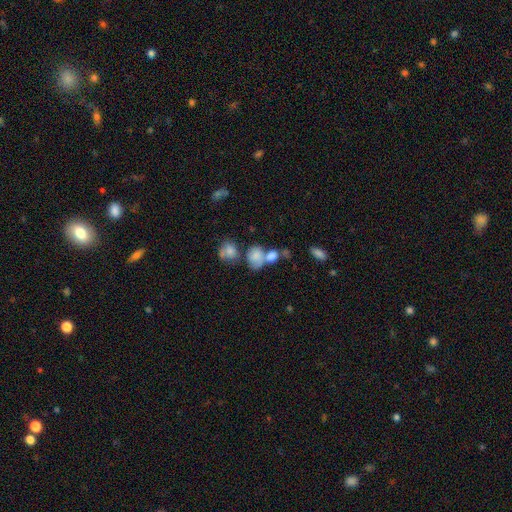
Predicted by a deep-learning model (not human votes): A smooth galaxy with no disk features (74%) that is in between round and cigar-shaped (56%).

Vote fractions:
- Smooth or featured? smooth: 74% / featured or disk: 15% / star or artifact: 11%
- How rounded? in between: 56% / round: 42% / cigar-shaped: 2%
- Merging? merger: 53% / none: 28% / minor disturbance: 12% / major disturbance: 8%